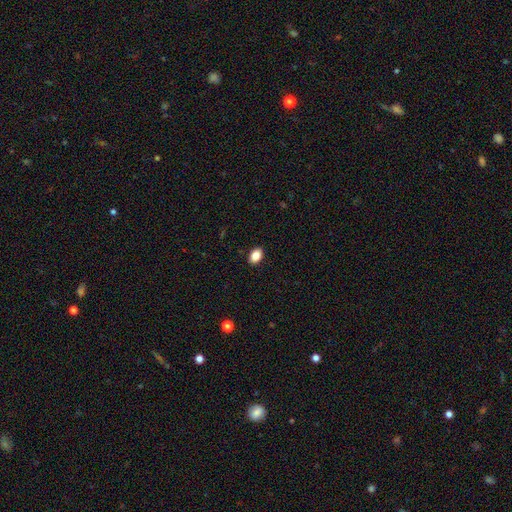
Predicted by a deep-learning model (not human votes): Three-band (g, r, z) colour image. It shows a smooth galaxy with no disk features (87%) that is in between round and cigar-shaped (85%). Merging: none (90%).